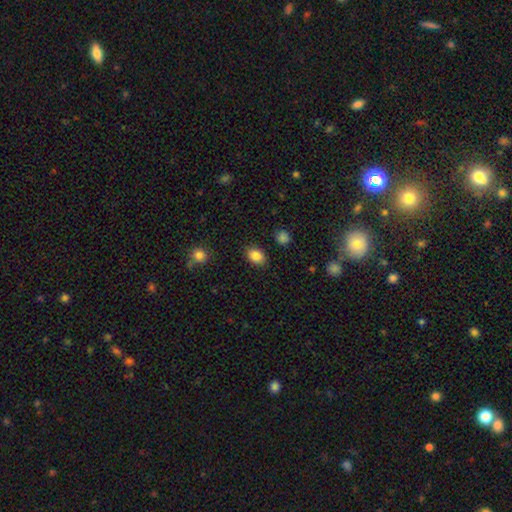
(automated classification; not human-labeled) Smooth or featured?
  - smooth: 85% *
  - star or artifact: 9%
  - featured or disk: 6%
How rounded?
  - in between: 75% *
  - round: 24%
  - cigar-shaped: 1%
Merging?
  - none: 87% *
  - minor disturbance: 9%
  - major disturbance: 2%
  - merger: 2%